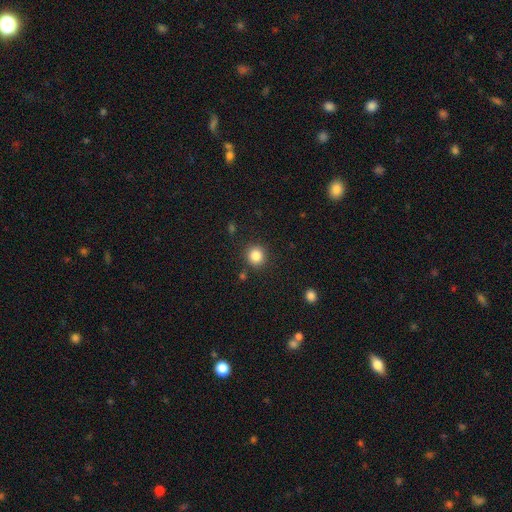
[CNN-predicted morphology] A smooth galaxy with no disk features (84%) that is round (91%).

Vote fractions:
- Smooth or featured? smooth: 84% / star or artifact: 11% / featured or disk: 5%
- How rounded? round: 91% / in between: 8% / cigar-shaped: 1%
- Merging? none: 88% / minor disturbance: 7% / merger: 3% / major disturbance: 2%